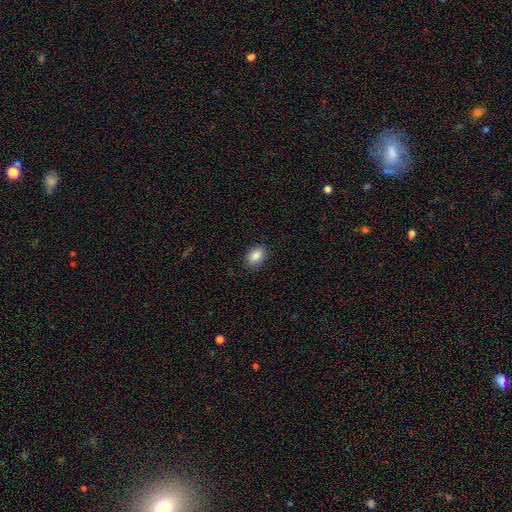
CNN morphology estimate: Smooth or featured? Predicted: smooth (p=0.87). How rounded? Predicted: in between (p=0.81). Merging? Predicted: none (p=0.88).